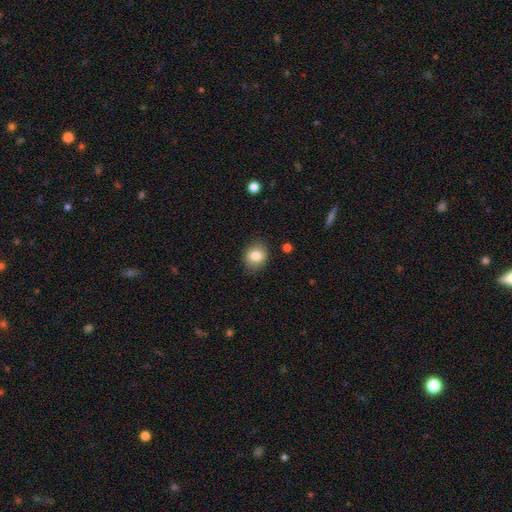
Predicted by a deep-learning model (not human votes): This is clearly a smooth galaxy (82%). How rounded: likely round (66%). Merging: clearly none (85%).